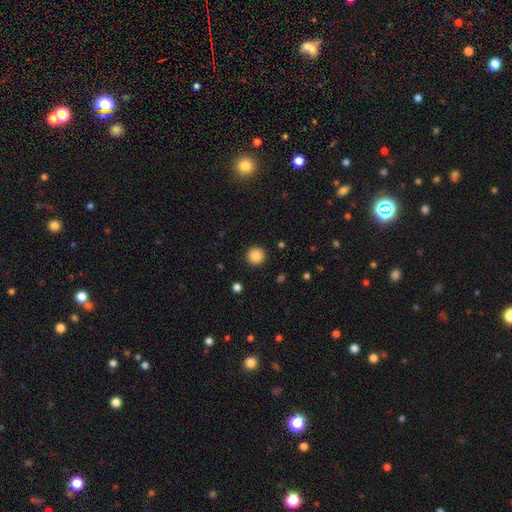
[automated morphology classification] A smooth galaxy with no disk features (88%) that is round (95%).

Vote fractions:
- Smooth or featured? smooth: 88% / star or artifact: 9% / featured or disk: 3%
- How rounded? round: 95% / in between: 4% / cigar-shaped: 1%
- Merging? none: 92% / minor disturbance: 5% / major disturbance: 2% / merger: 1%